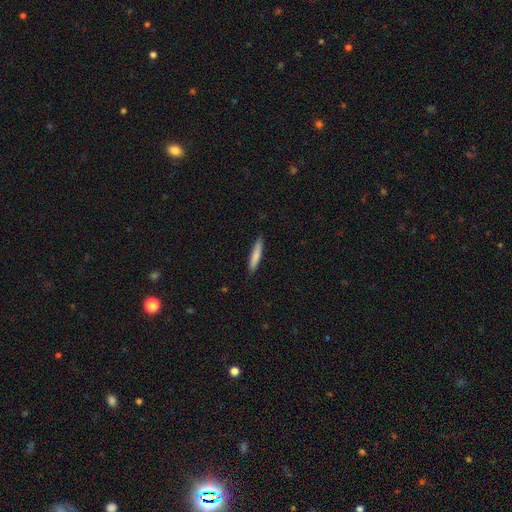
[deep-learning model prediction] smooth_or_featured: smooth (p=0.78) [alt: featured or disk p=0.16]
how_rounded: cigar-shaped (p=0.92) [alt: in between p=0.07]
merging: none (p=0.88) [alt: minor disturbance p=0.10]